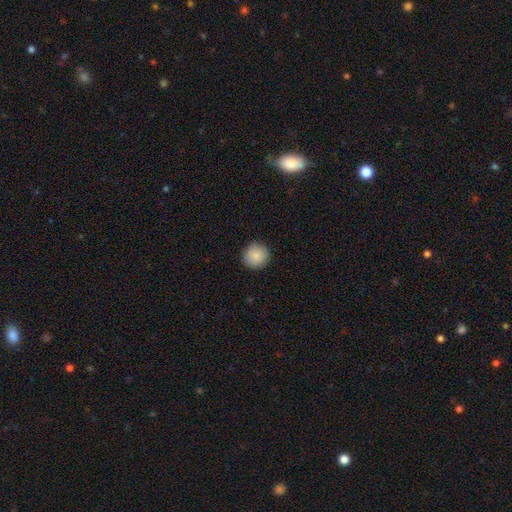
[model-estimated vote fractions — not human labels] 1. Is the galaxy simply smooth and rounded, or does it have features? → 88% smooth, 8% star or artifact, 4% featured or disk.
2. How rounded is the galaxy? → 92% round, 7% in between, 1% cigar-shaped.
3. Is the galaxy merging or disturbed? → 91% none, 6% minor disturbance, 2% major disturbance, 1% merger.